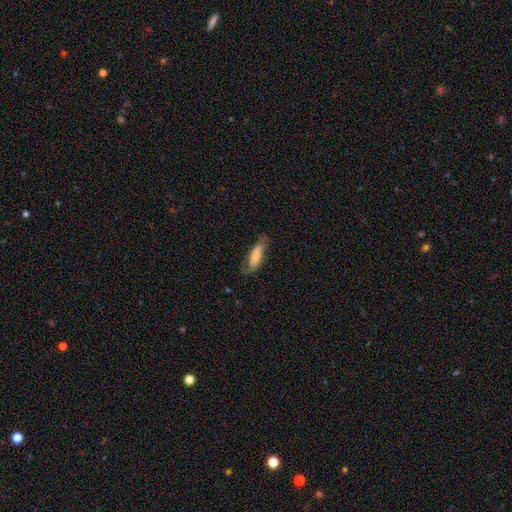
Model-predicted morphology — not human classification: Smooth or featured? Predicted: smooth (p=0.66). How rounded? Predicted: cigar-shaped (p=0.52). Merging? Predicted: none (p=0.62).